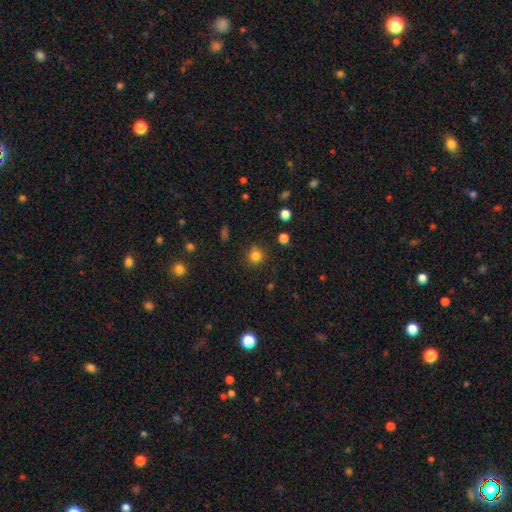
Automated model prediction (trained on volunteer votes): A smooth galaxy with no disk features (82%) that is round (91%). Merging: none (88%).